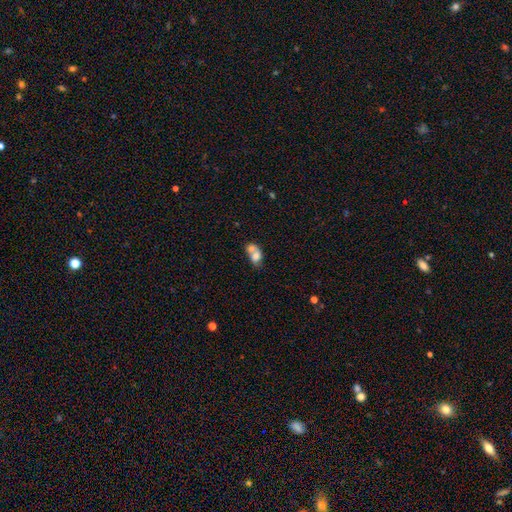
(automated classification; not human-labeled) smooth 69%, featured or disk 23%, star or artifact 9%. Down the decision tree: how rounded — in between (63%); merging — merger (73%).